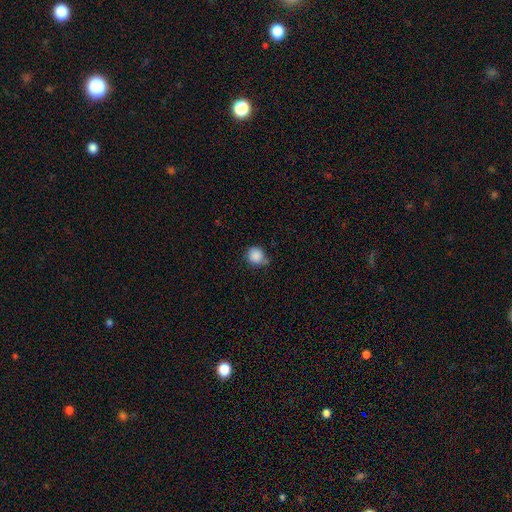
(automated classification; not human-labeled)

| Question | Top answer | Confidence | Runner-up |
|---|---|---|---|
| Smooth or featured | smooth | 87% | star or artifact (9%) |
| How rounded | round | 89% | in between (10%) |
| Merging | none | 62% | minor disturbance (28%) |